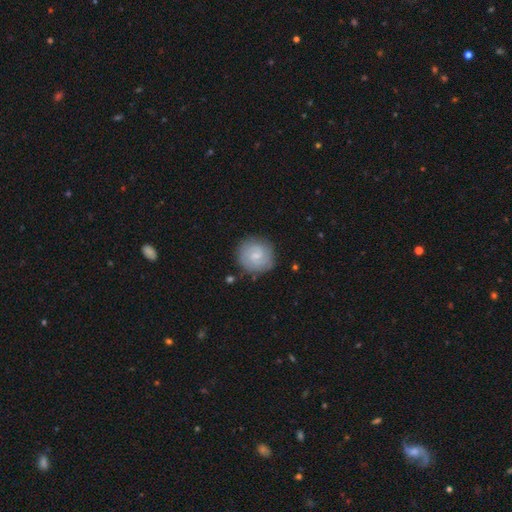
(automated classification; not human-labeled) Overall: featured or disk (62%; smooth 32%). Edge-on disk: no (98%). Bar: weak (58%; no 34%). Spiral arms: yes (92%). Spiral arm count: 2 (65%). Spiral winding: tight (56%; medium 34%). Bulge size: small (60%; moderate 21%). Merging: none (83%).